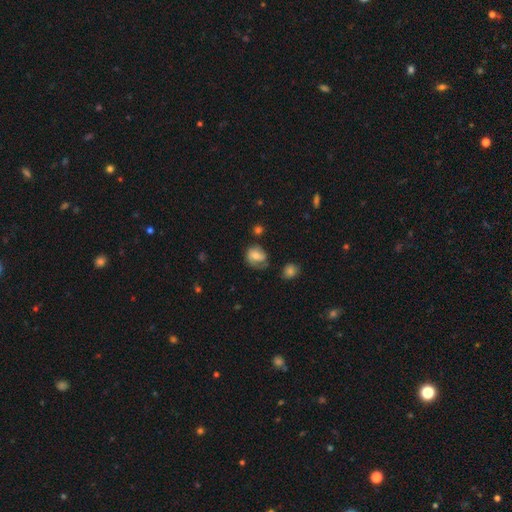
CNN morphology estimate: Smooth or featured? smooth (51%)
How rounded? round (60%)
Merging? none (54%)